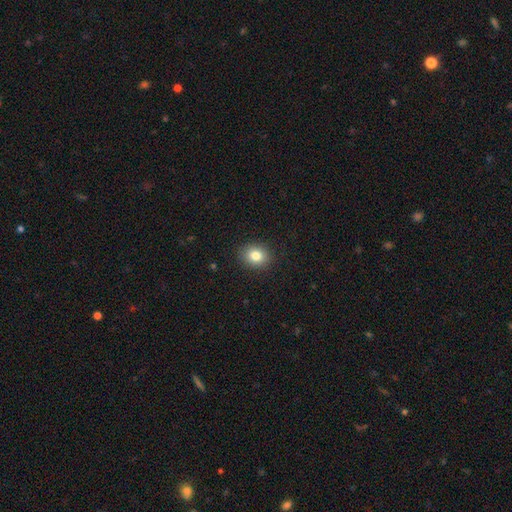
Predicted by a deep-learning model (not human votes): Q: Smooth or featured?
A: smooth (82%); runner-up: star or artifact (10%)
Q: How rounded?
A: round (57%); runner-up: in between (42%)
Q: Merging?
A: none (89%); runner-up: minor disturbance (8%)